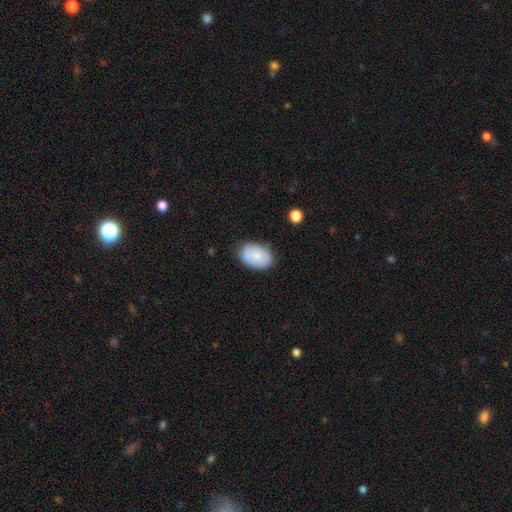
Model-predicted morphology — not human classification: smooth_or_featured: smooth (p=0.81) [alt: featured or disk p=0.13]
how_rounded: in between (p=0.86) [alt: round p=0.13]
merging: none (p=0.80) [alt: minor disturbance p=0.15]